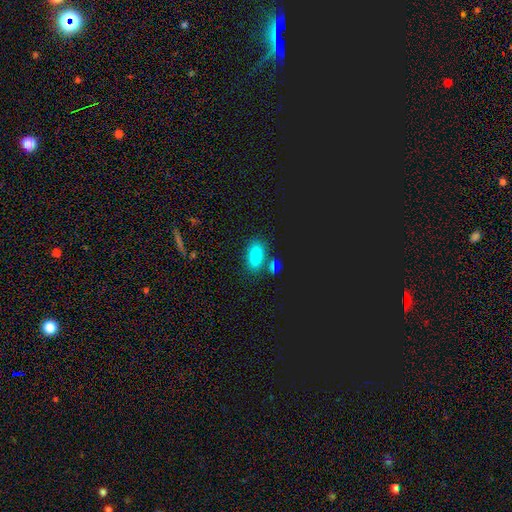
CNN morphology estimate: Smooth or featured? Predicted: smooth (p=0.81). How rounded? Predicted: in between (p=0.87). Merging? Predicted: none (p=0.69).